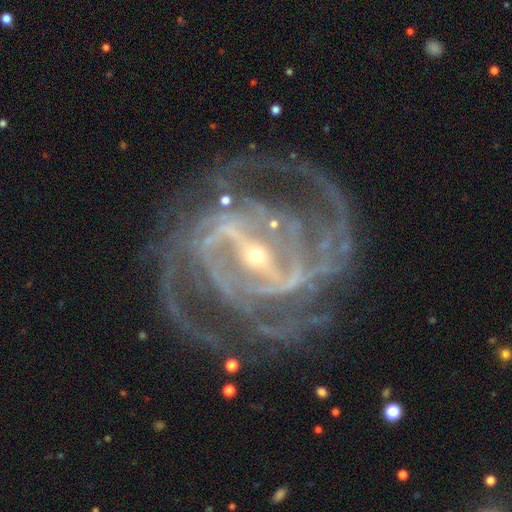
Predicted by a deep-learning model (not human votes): smooth_or_featured: featured or disk (p=0.92) [alt: star or artifact p=0.05]
disk_edge_on: no (p=0.97) [alt: yes p=0.03]
bar: strong (p=0.73) [alt: weak p=0.21]
has_spiral_arms: yes (p=0.98) [alt: no p=0.02]
spiral_winding: tight (p=0.50) [alt: medium p=0.42]
spiral_arm_count: 2 (p=0.28) [alt: 3 p=0.20]
bulge_size: small (p=0.74) [alt: moderate p=0.22]
merging: none (p=0.73) [alt: minor disturbance p=0.14]